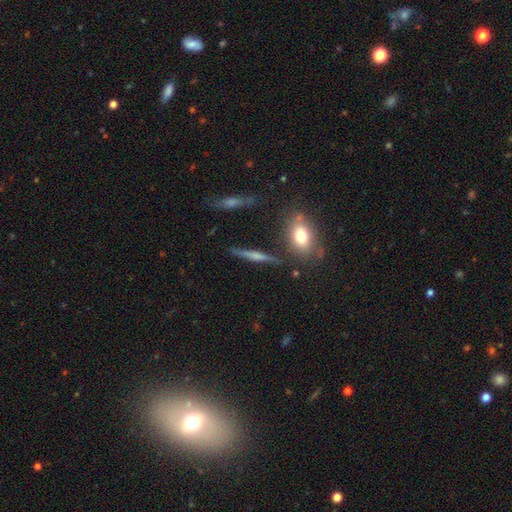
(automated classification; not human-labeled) smooth_or_featured: featured or disk (p=0.55) [alt: smooth p=0.33]
disk_edge_on: yes (p=0.92) [alt: no p=0.08]
edge_on_bulge: rounded (p=0.60) [alt: none p=0.28]
merging: none (p=0.82) [alt: minor disturbance p=0.11]